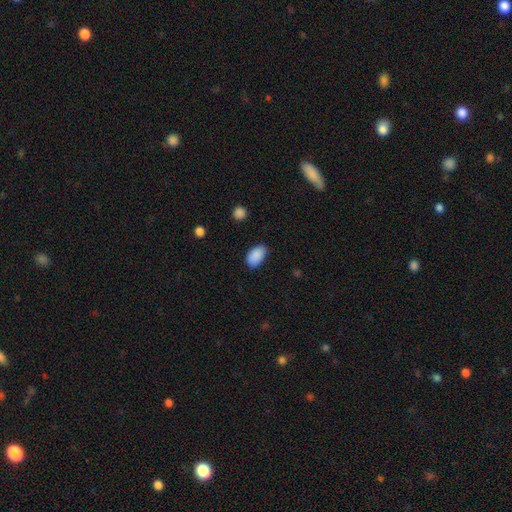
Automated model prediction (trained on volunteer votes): Overall: smooth (89%). How rounded: in between (93%). Merging: none (78%).